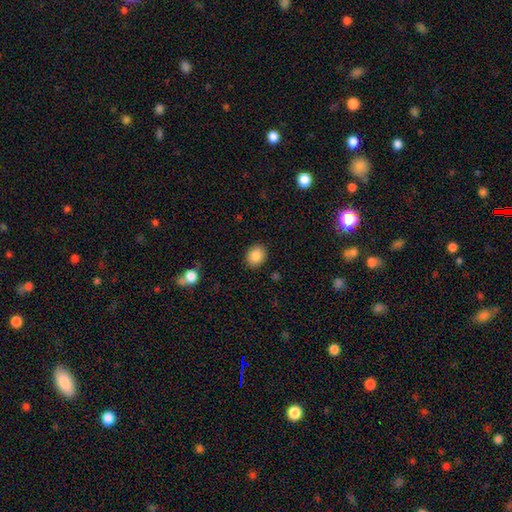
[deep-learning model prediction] This is clearly a smooth galaxy (86%). How rounded: possibly round (58%). Merging: clearly none (89%).